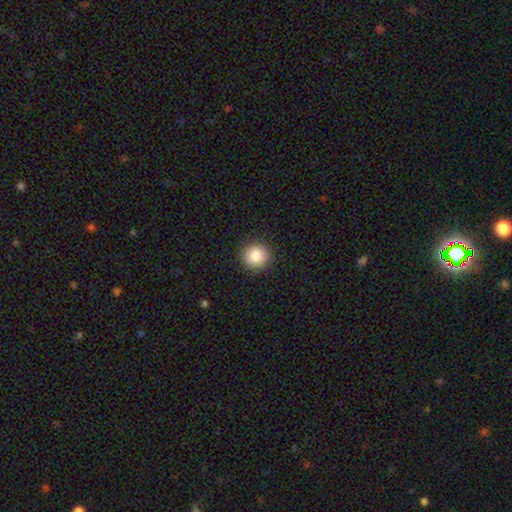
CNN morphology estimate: The model was most divided on "smooth or featured": smooth: 86%, star or artifact: 9%, featured or disk: 5%. More confident: how rounded — round (93%); merging — none (91%).